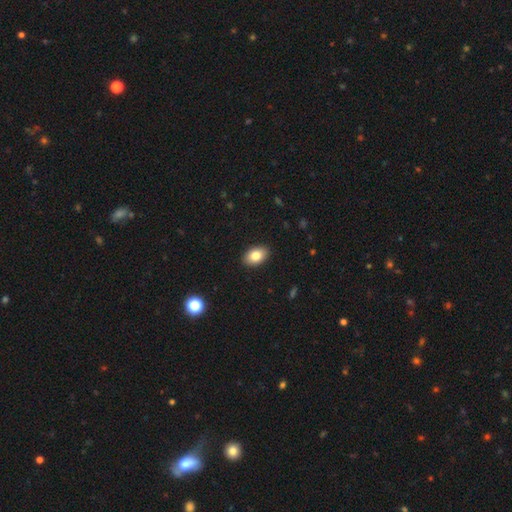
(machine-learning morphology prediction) Smooth or featured: smooth — 82% (featured or disk — 10%)
How rounded: in between — 89% (round — 10%)
Merging: none — 90% (minor disturbance — 7%)